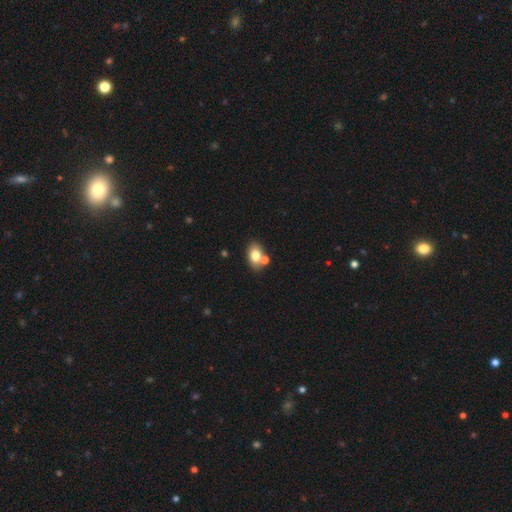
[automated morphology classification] This is likely a smooth galaxy (76%). How rounded: clearly in between (81%). Merging: possibly none (59%).